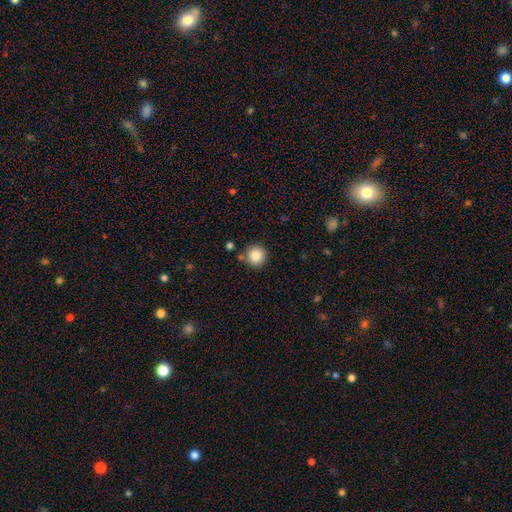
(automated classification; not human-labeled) Smooth or featured? smooth (85%)
How rounded? round (94%)
Merging? none (82%)